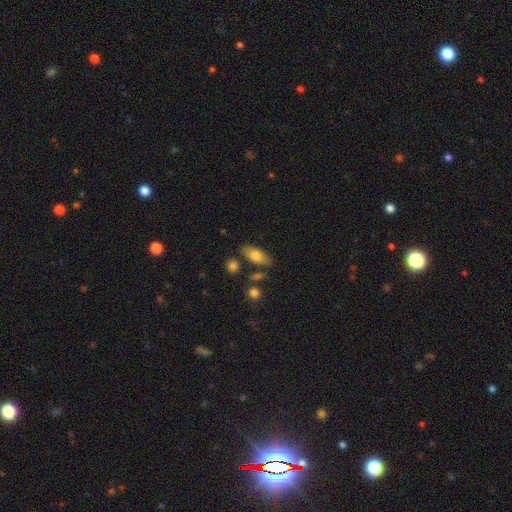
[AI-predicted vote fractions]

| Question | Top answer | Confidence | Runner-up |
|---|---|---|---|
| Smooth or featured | smooth | 72% | featured or disk (21%) |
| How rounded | in between | 81% | cigar-shaped (15%) |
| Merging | none | 76% | minor disturbance (14%) |